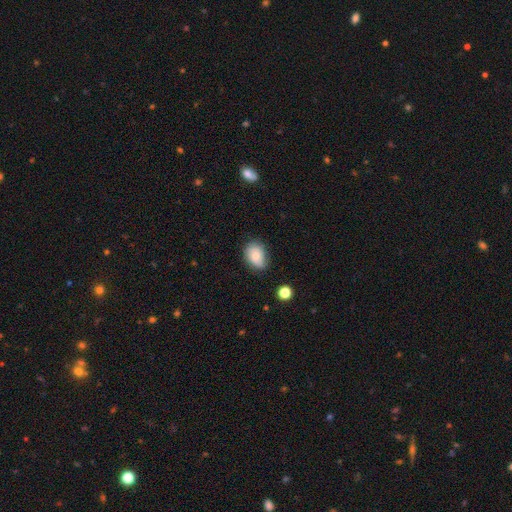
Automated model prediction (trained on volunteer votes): Smooth or featured? smooth (76%)
How rounded? in between (77%)
Merging? none (64%)